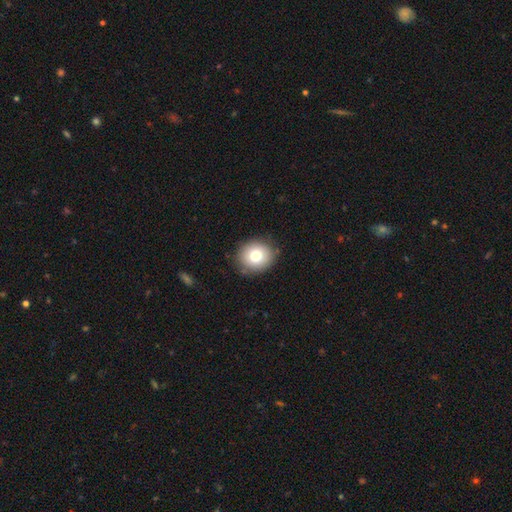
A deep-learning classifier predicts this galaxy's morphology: Smooth or featured?
  - smooth: 77% *
  - featured or disk: 13%
  - star or artifact: 10%
How rounded?
  - round: 76% *
  - in between: 23%
  - cigar-shaped: 1%
Merging?
  - none: 85% *
  - minor disturbance: 11%
  - major disturbance: 3%
  - merger: 1%